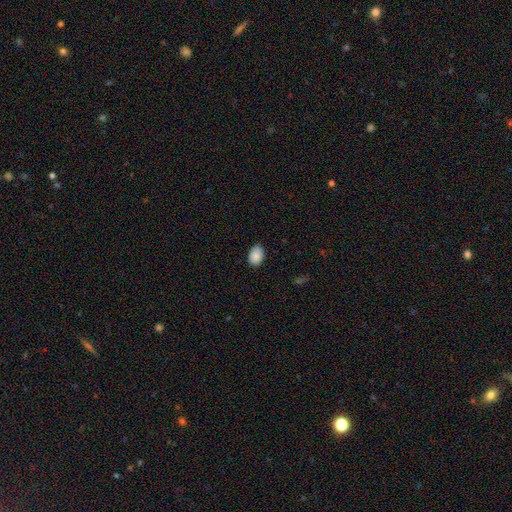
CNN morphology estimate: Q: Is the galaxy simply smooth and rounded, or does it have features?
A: smooth — 89%.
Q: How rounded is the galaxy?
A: in between — 81%.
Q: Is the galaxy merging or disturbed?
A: none — 84%.